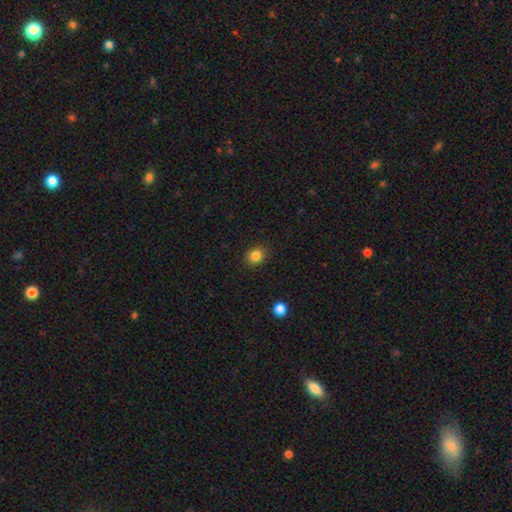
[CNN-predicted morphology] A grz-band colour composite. It shows a smooth galaxy with no disk features (84%) that is round (78%). Merging: none (90%).